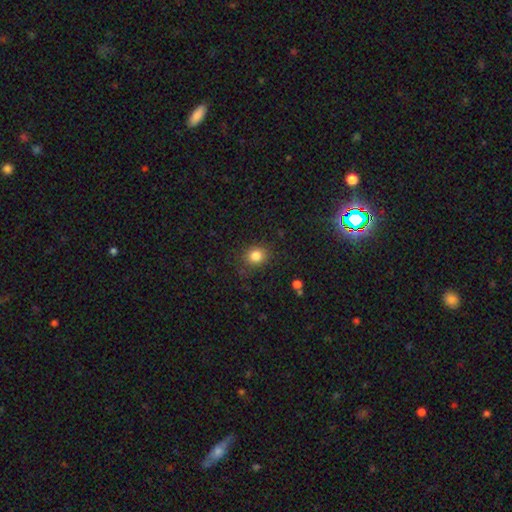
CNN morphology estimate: Overall: smooth (83%). How rounded: round (70%). Merging: none (83%).